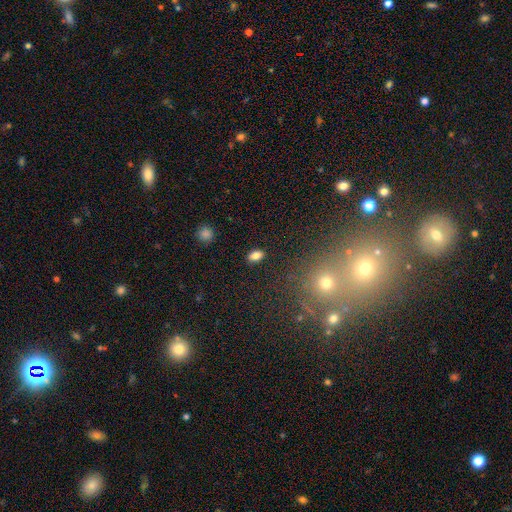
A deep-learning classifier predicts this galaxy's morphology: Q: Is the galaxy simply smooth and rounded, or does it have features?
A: smooth — 83%.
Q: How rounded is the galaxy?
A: in between — 86%.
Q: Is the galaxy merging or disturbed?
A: none — 87%.